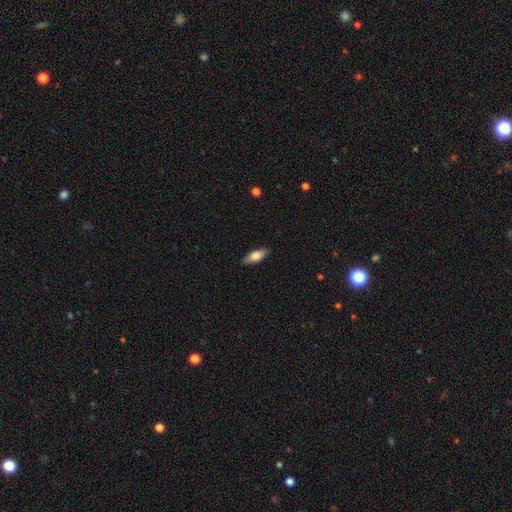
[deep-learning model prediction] This appears to be a smooth galaxy with no disk features (80%) that is in between round and cigar-shaped (80%). Merging: none (87%).